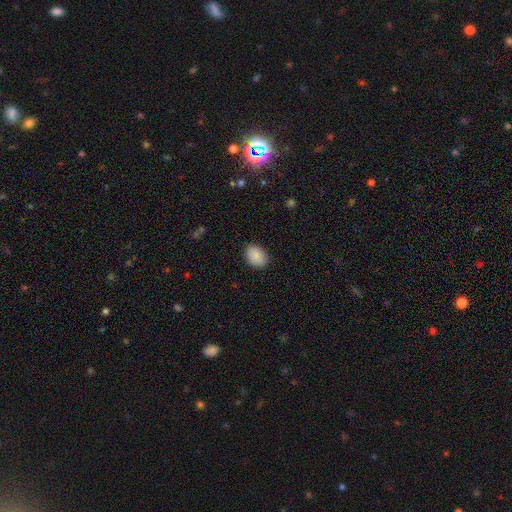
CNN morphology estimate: A smooth galaxy with no disk features (89%) that is in between round and cigar-shaped (74%).

Vote fractions:
- Smooth or featured? smooth: 89% / star or artifact: 7% / featured or disk: 4%
- How rounded? in between: 74% / round: 25% / cigar-shaped: 1%
- Merging? none: 86% / minor disturbance: 11% / major disturbance: 2% / merger: 1%